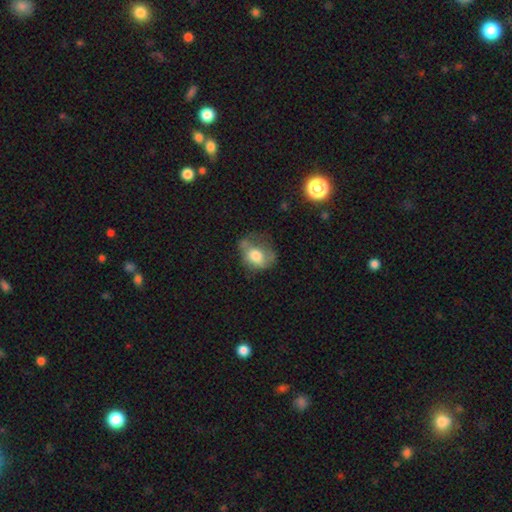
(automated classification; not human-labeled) Smooth or featured? smooth (64%)
How rounded? in between (54%)
Merging? none (35%)